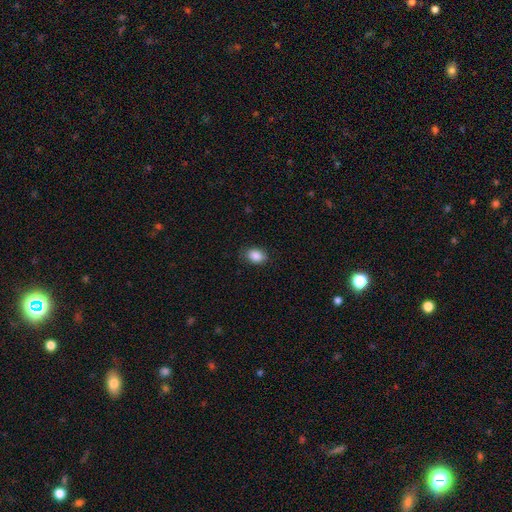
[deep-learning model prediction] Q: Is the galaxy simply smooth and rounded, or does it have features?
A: smooth — 88%.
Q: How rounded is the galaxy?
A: in between — 75%.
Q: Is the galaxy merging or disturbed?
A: none — 84%.